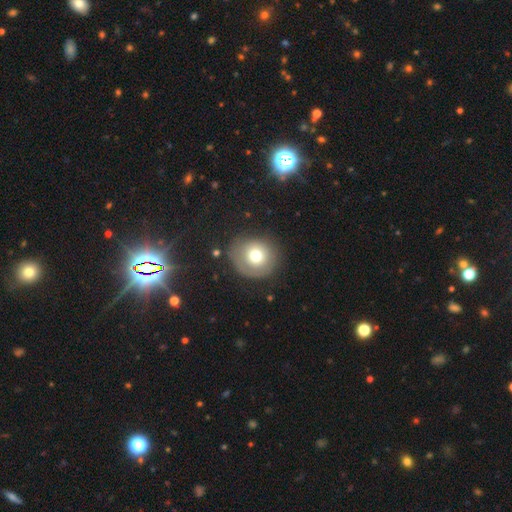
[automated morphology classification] A smooth galaxy with no disk features (68%) that is round (85%). Merging: none (71%).